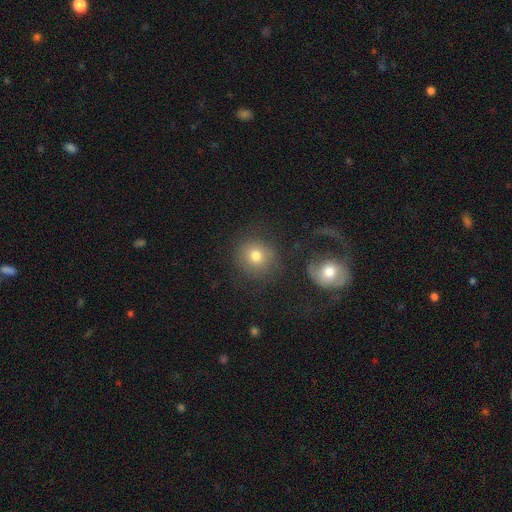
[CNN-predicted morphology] Smooth or featured? smooth (75%)
How rounded? round (89%)
Merging? none (75%)